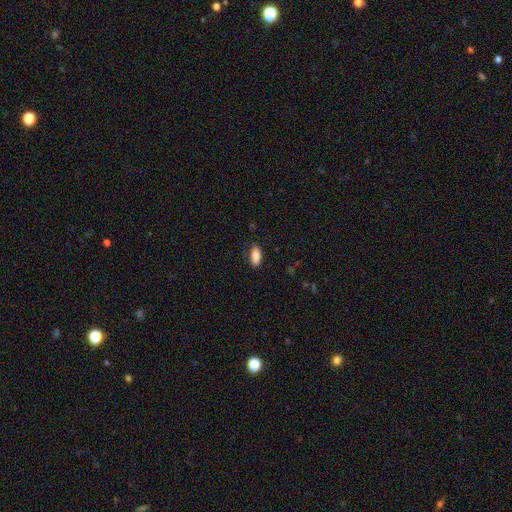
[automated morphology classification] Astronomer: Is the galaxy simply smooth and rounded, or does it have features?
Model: smooth — 89%.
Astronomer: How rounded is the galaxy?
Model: in between — 89%.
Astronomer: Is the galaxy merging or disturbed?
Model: none — 82%.